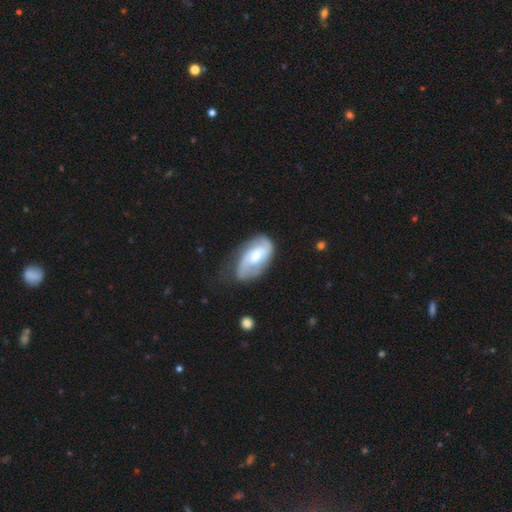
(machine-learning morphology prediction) Smooth or featured: featured or disk — 72% (smooth — 23%)
Edge-on disk: no — 96% (yes — 4%)
Bar: weak — 46% (no — 39%)
Spiral arms: yes — 90% (no — 10%)
Spiral winding: medium — 43% (tight — 29%)
Spiral arm count: 2 — 65% (can't tell — 18%)
Bulge size: moderate — 54% (small — 36%)
Merging: none — 53% (minor disturbance — 29%)